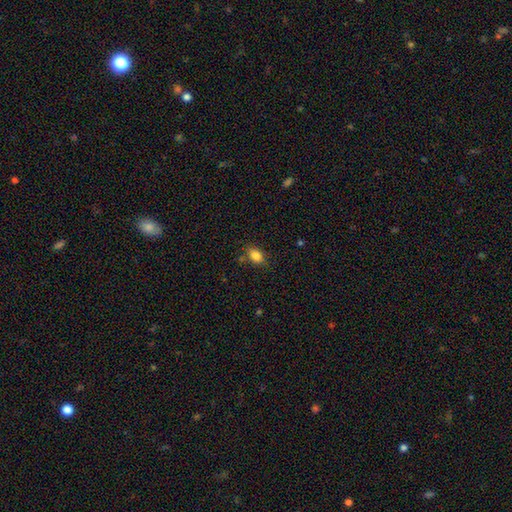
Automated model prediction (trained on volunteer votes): A smooth galaxy with no disk features (84%) that is in between round and cigar-shaped (81%). Merging: none (77%).